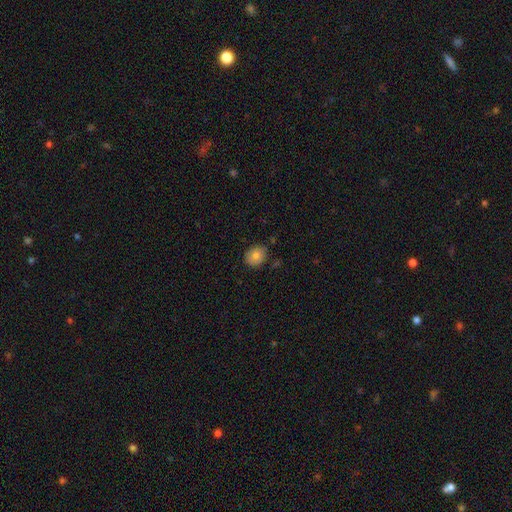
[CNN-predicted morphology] Overall: smooth (80%). How rounded: round (71%). Merging: none (79%).